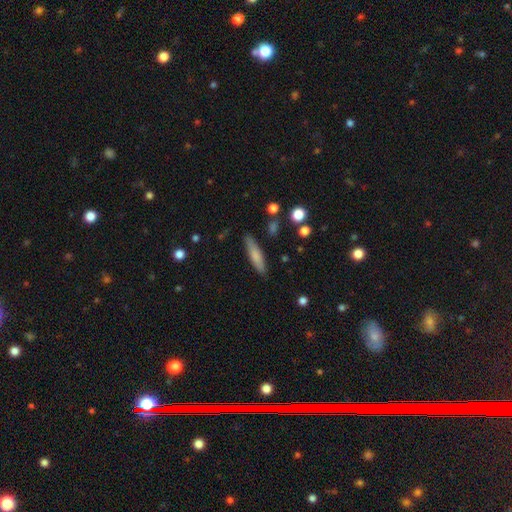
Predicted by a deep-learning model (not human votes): This appears to be a smooth galaxy with no disk features (75%) that is cigar-shaped (78%). Merging: none (84%).